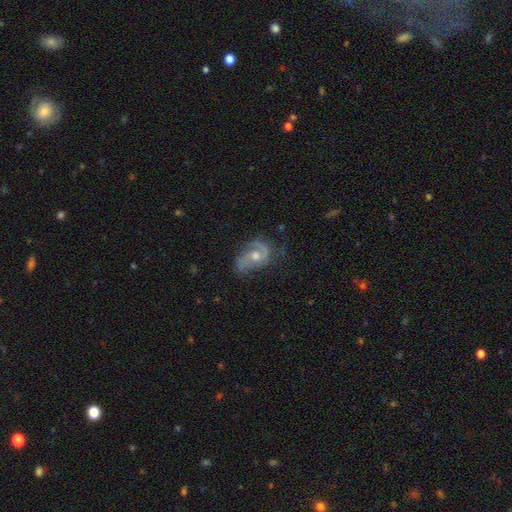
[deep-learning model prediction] Smooth or featured?
  - featured or disk: 80% *
  - smooth: 13%
  - star or artifact: 8%
Edge-on disk?
  - no: 97% *
  - yes: 3%
Bar?
  - no: 64% *
  - weak: 29%
  - strong: 7%
Spiral arms?
  - yes: 92% *
  - no: 8%
Spiral winding?
  - medium: 47% *
  - loose: 33%
  - tight: 20%
Spiral arm count?
  - 2: 77% *
  - can't tell: 8%
  - 1: 7%
  - 3: 5%
  - 4: 2%
  - more than 4: 2%
Bulge size?
  - moderate: 69% *
  - small: 22%
  - large: 6%
  - none: 2%
  - dominant: 1%
Merging?
  - none: 58% *
  - minor disturbance: 24%
  - major disturbance: 15%
  - merger: 2%